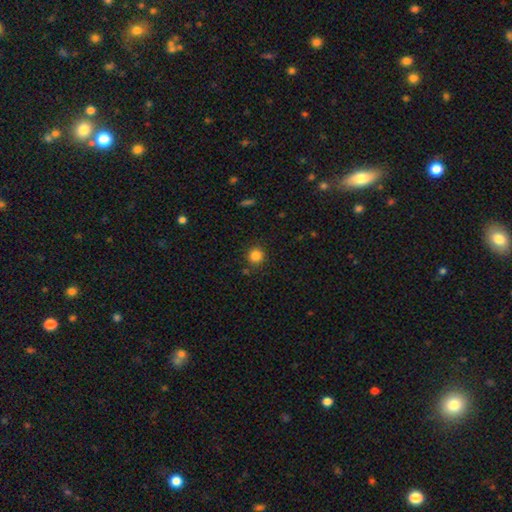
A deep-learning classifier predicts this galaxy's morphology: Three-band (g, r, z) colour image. It shows a smooth galaxy with no disk features (84%) that is round (93%). Merging: none (88%).